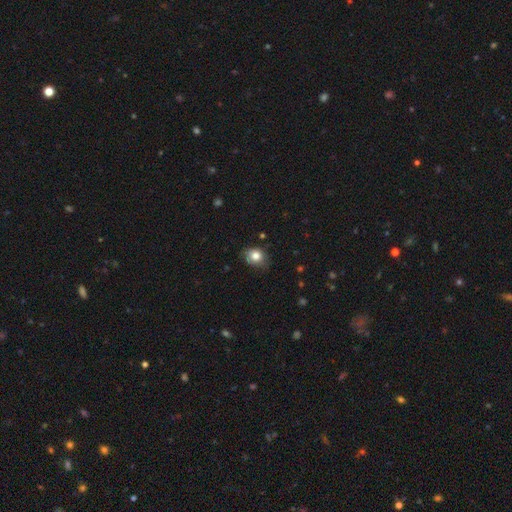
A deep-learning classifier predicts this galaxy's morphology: Smooth or featured? Predicted: smooth (p=0.80). How rounded? Predicted: in between (p=0.50). Merging? Predicted: none (p=0.71).